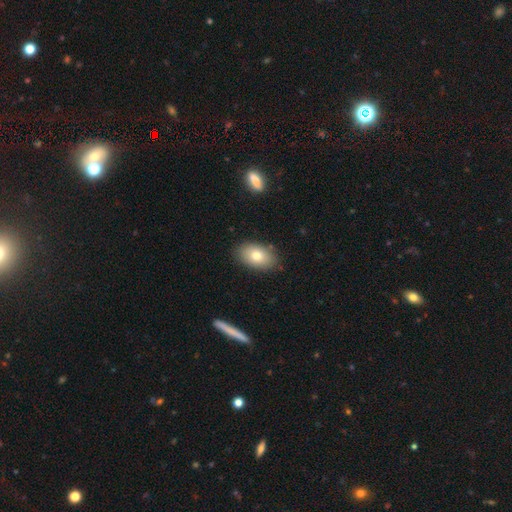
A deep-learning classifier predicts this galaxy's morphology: Smooth or featured? smooth (76%)
How rounded? in between (89%)
Merging? none (85%)